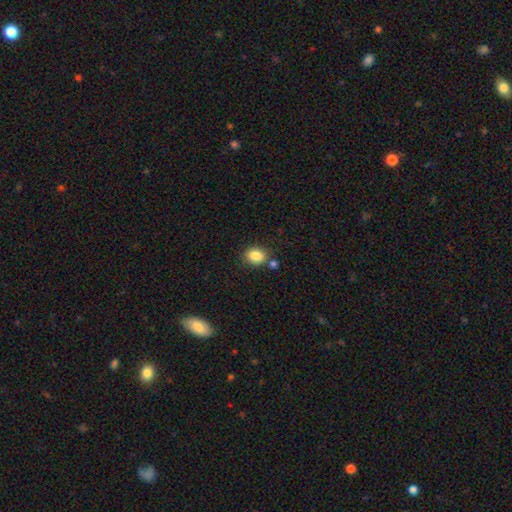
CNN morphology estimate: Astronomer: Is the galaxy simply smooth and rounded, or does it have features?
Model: smooth — 85%.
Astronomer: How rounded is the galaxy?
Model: round — 58% (runner-up: in between, 41%).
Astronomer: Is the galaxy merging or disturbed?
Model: none — 72%.